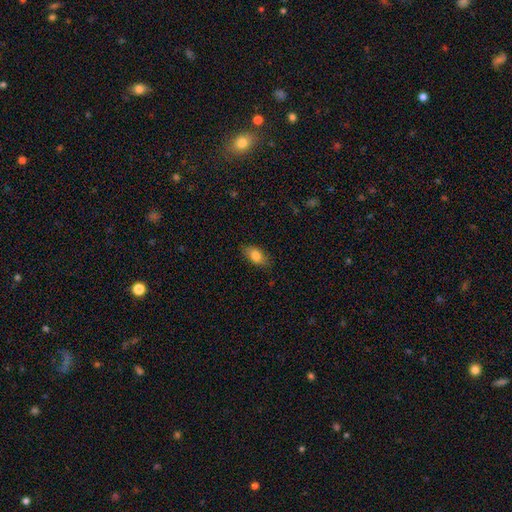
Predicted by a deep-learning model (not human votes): smooth 82%, featured or disk 10%, star or artifact 8%. Down the decision tree: how rounded — in between (88%); merging — none (82%).